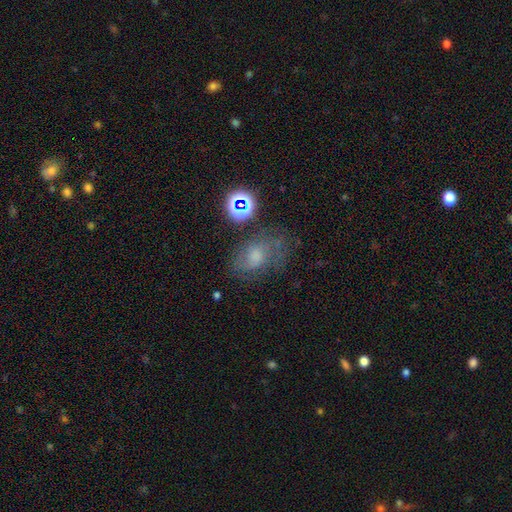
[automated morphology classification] Smooth or featured? Predicted: smooth (p=0.53). How rounded? Predicted: in between (p=0.71). Merging? Predicted: none (p=0.48).